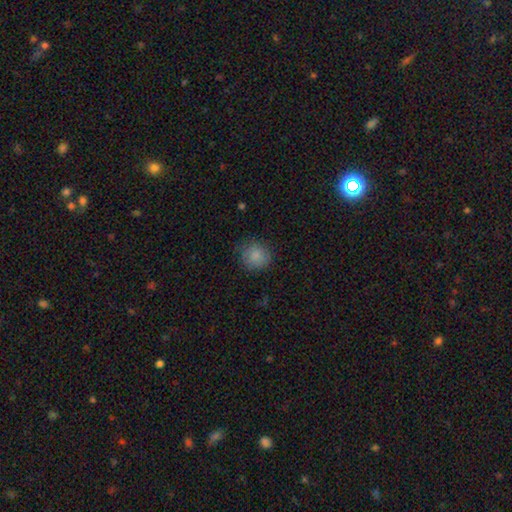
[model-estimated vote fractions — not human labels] smooth 84%, star or artifact 8%, featured or disk 8%. Down the decision tree: how rounded — round (87%); merging — none (78%).